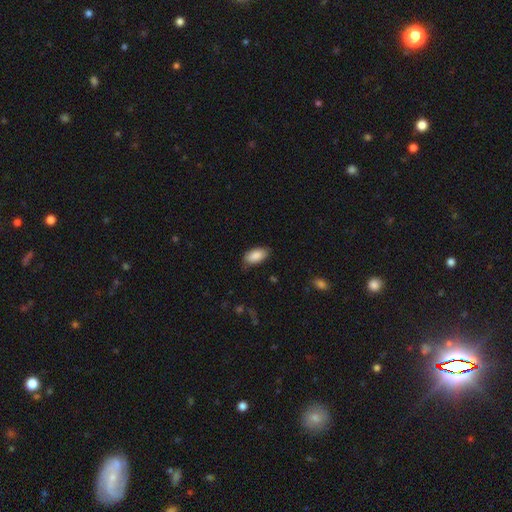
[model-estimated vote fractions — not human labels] A smooth galaxy with no disk features (89%) that is in between round and cigar-shaped (94%).

Vote fractions:
- Smooth or featured? smooth: 89% / star or artifact: 6% / featured or disk: 5%
- How rounded? in between: 94% / cigar-shaped: 4% / round: 2%
- Merging? none: 79% / minor disturbance: 16% / major disturbance: 3% / merger: 1%